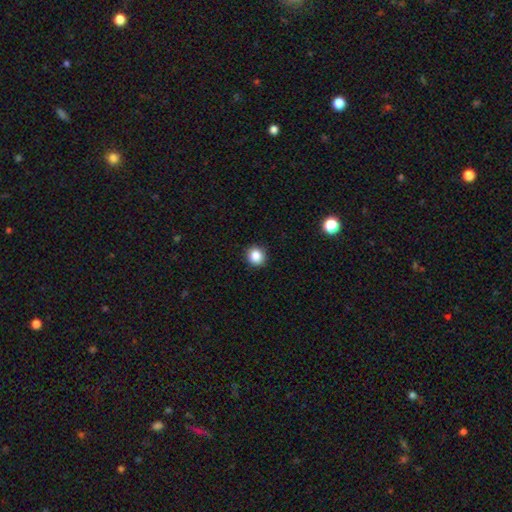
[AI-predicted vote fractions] Overall: smooth (85%). How rounded: round (89%). Merging: none (92%).